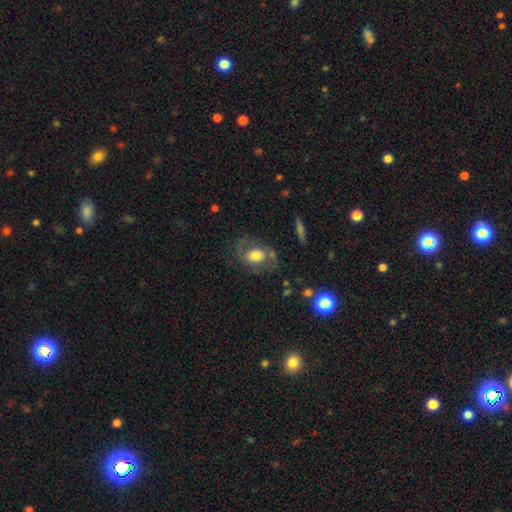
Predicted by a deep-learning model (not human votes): featured or disk 47%, smooth 45%, star or artifact 8%. Down the decision tree: merging — none (62%).